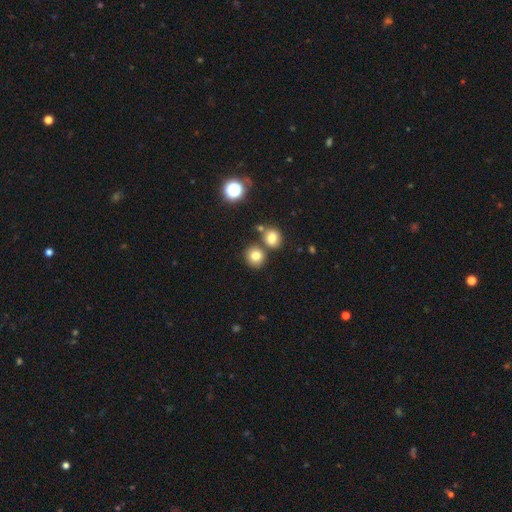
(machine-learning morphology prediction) Overall: smooth (78%). How rounded: round (84%). Merging: none (69%).